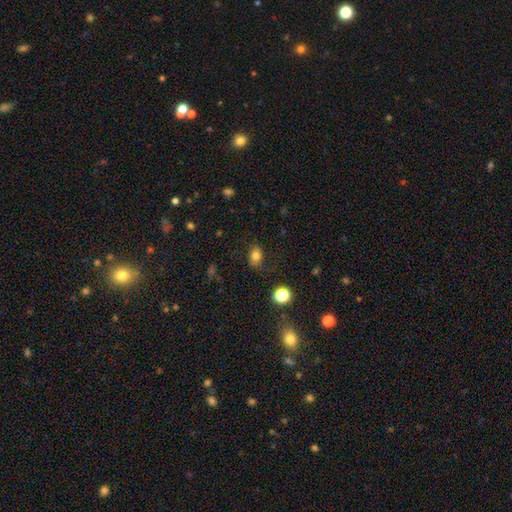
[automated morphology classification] Smooth or featured: smooth — 75% (star or artifact — 13%)
How rounded: in between — 75% (round — 23%)
Merging: none — 73% (minor disturbance — 18%)